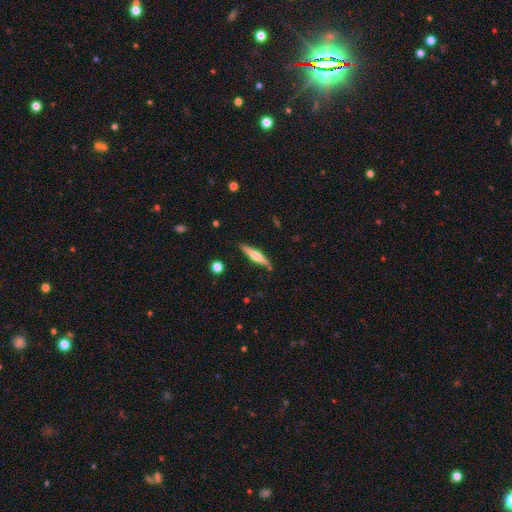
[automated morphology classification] This appears to be a featured or disk galaxy (57%) viewed edge-on (96%) with a rounded central bulge (88%). Merging: none (88%).